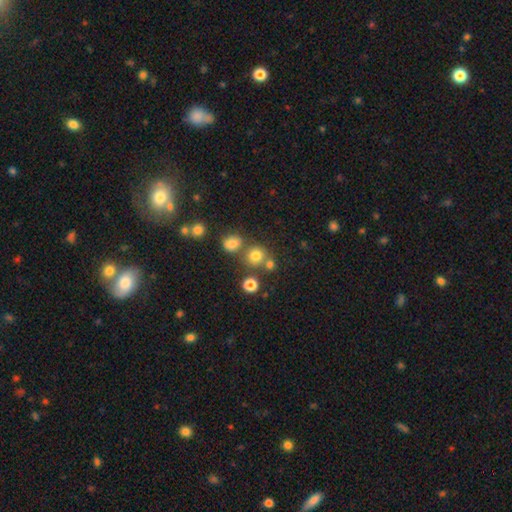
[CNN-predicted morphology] smooth_or_featured: smooth (p=0.75) [alt: star or artifact p=0.17]
how_rounded: round (p=0.86) [alt: in between p=0.14]
merging: none (p=0.65) [alt: merger p=0.22]